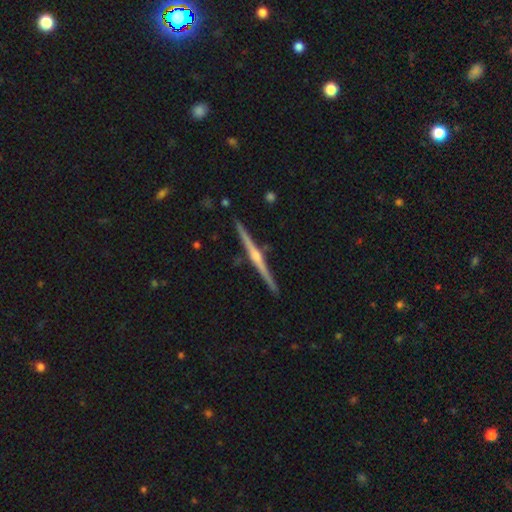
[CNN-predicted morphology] A featured or disk galaxy (85%) viewed edge-on (99%) with a rounded central bulge (85%). Merging: none (92%).